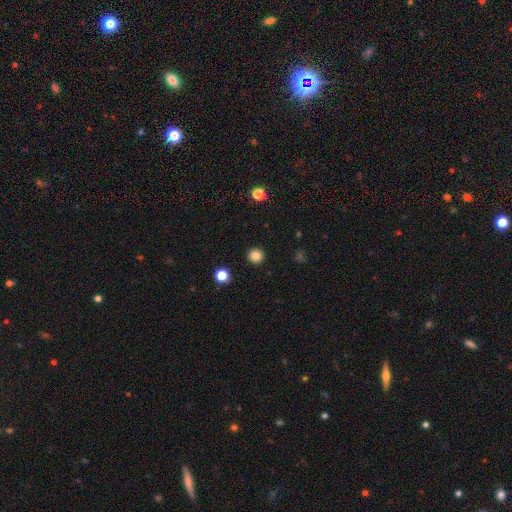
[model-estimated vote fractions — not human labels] smooth 84%, star or artifact 12%, featured or disk 5%. Down the decision tree: how rounded — round (96%); merging — none (93%).